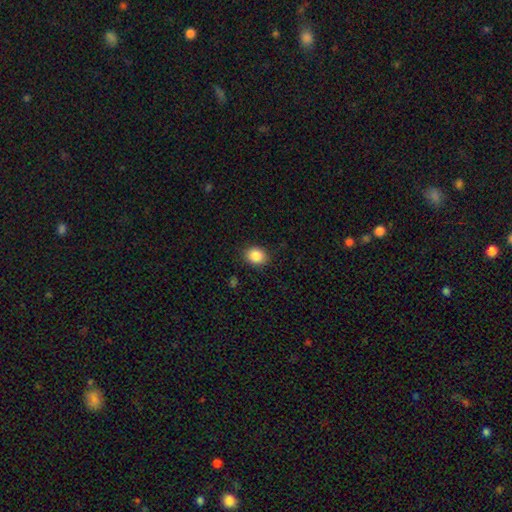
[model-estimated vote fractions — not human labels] Smooth or featured? Predicted: smooth (p=0.87). How rounded? Predicted: round (p=0.54). Merging? Predicted: none (p=0.87).